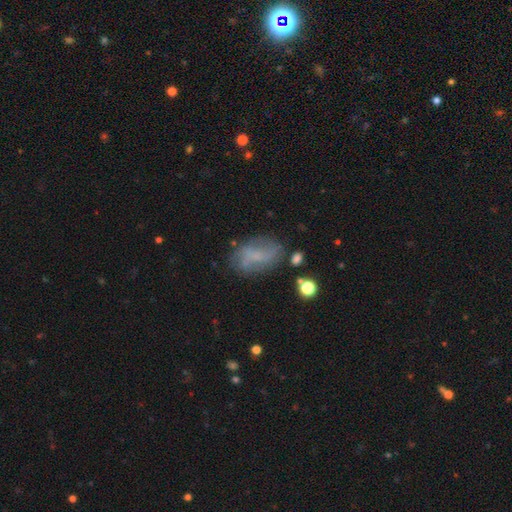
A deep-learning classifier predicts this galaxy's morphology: A featured or disk galaxy (44%, tied with smooth). Merging: none (64%).